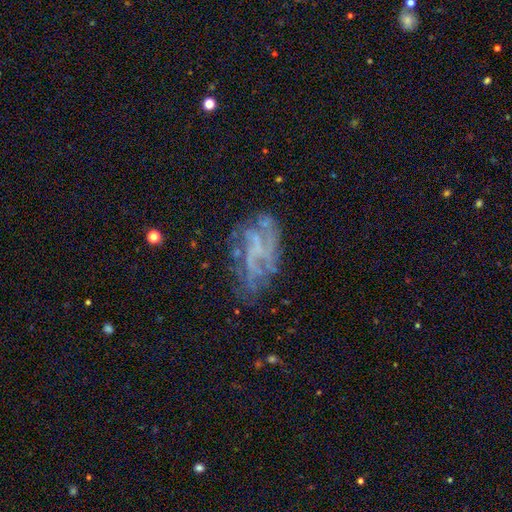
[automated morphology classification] featured or disk 58%, star or artifact 25%, smooth 18%. Down the decision tree: edge-on disk — no (92%); bar — no (60%); spiral arms — yes (63%); bulge size — none (67%); merging — none (61%).